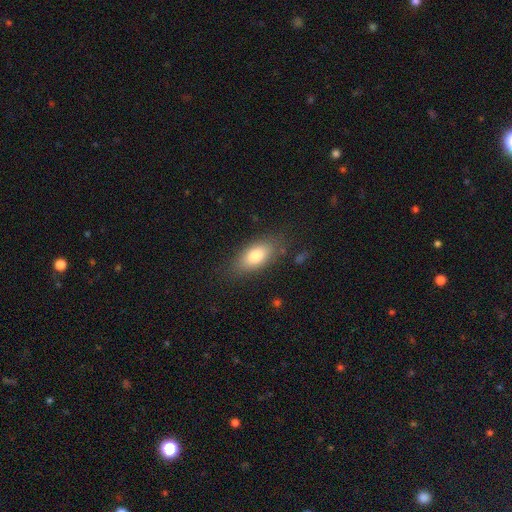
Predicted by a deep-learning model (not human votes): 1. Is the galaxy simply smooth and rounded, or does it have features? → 78% smooth, 15% featured or disk, 8% star or artifact.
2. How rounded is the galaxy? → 87% in between, 8% cigar-shaped, 5% round.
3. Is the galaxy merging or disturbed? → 78% none, 15% minor disturbance, 5% major disturbance, 2% merger.